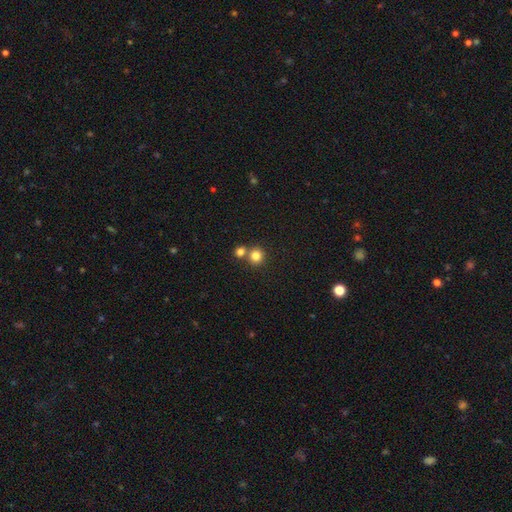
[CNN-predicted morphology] type=smooth (82%); roundness=round (90%); merging=none (61%).